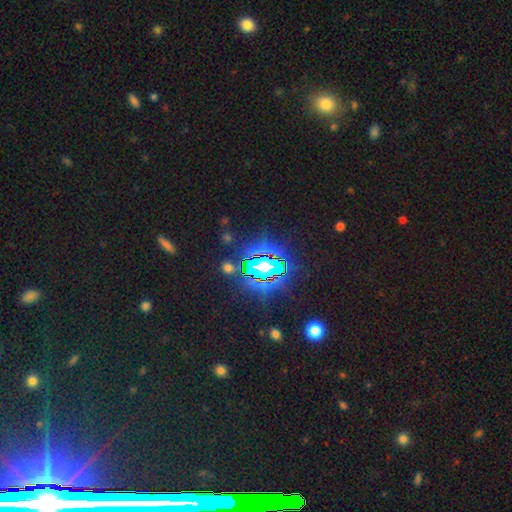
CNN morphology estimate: Q: Smooth or featured?
A: star or artifact (83%); runner-up: smooth (9%)